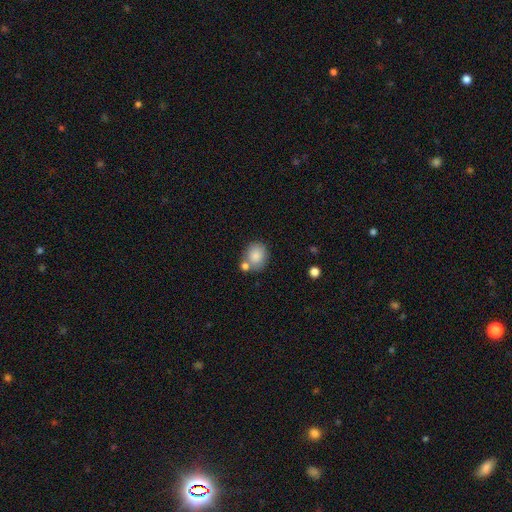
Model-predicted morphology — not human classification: smooth-or-featured: smooth: 84% | featured or disk: 8% | star or artifact: 8%
  how-rounded: round: 67% | in between: 32% | cigar-shaped: 1%
  merging: none: 60% | merger: 22% | minor disturbance: 14% | major disturbance: 4%